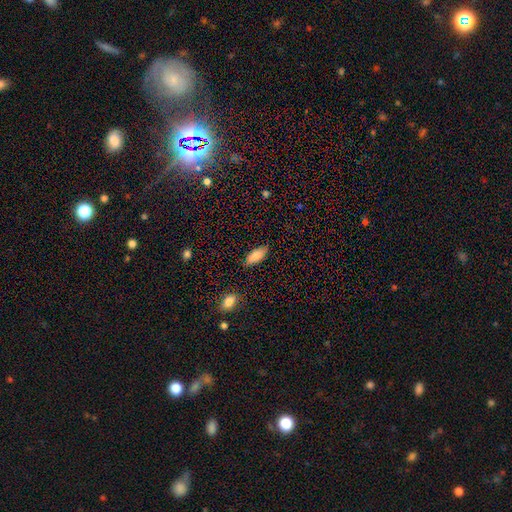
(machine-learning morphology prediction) type=smooth (85%); roundness=in between (80%); merging=none (84%).